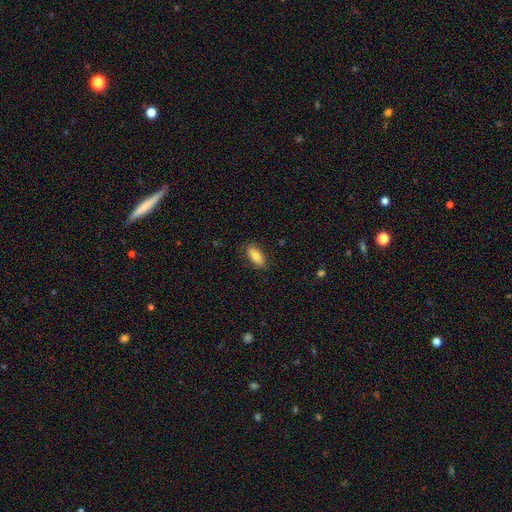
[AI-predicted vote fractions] Morphology: type=smooth (82%); roundness=in between (85%); merging=none (84%).